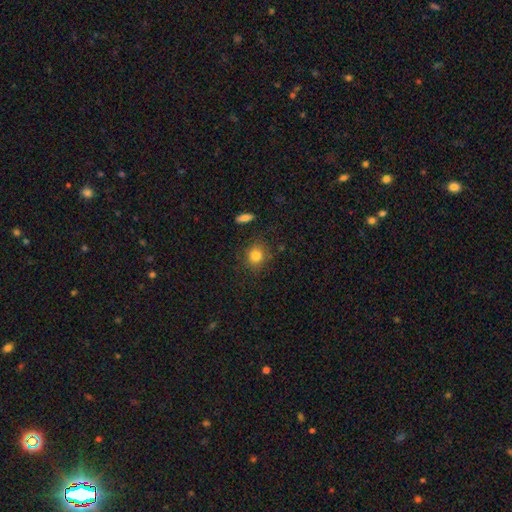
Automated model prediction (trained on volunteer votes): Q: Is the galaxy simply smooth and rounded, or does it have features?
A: smooth — 82%.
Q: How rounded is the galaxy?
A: round — 83%.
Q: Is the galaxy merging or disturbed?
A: none — 82%.